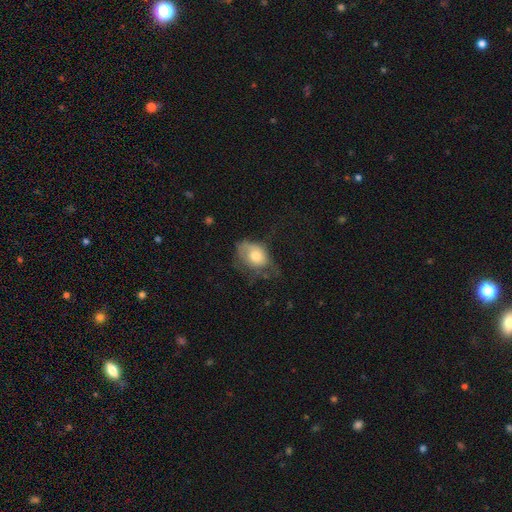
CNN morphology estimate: Smooth or featured? Predicted: smooth (p=0.65). How rounded? Predicted: in between (p=0.58). Merging? Predicted: minor disturbance (p=0.33).